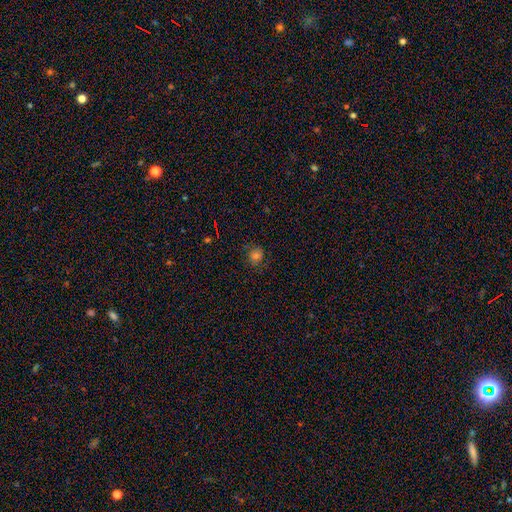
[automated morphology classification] type=smooth (65%); roundness=round (75%); merging=none (74%).